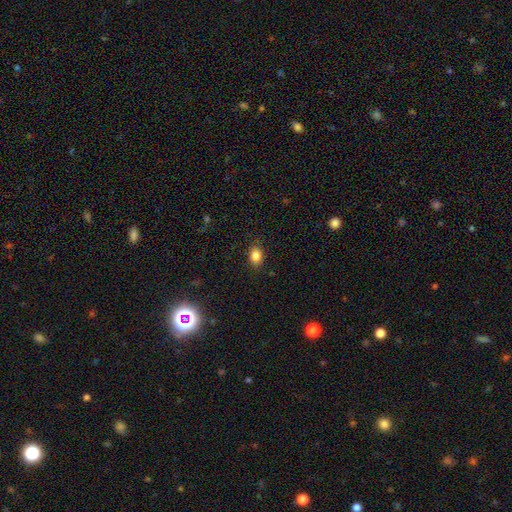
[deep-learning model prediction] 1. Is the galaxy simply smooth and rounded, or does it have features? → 85% smooth, 10% star or artifact, 5% featured or disk.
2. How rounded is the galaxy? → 69% in between, 30% round, 1% cigar-shaped.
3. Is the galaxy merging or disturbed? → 87% none, 9% minor disturbance, 2% major disturbance, 1% merger.